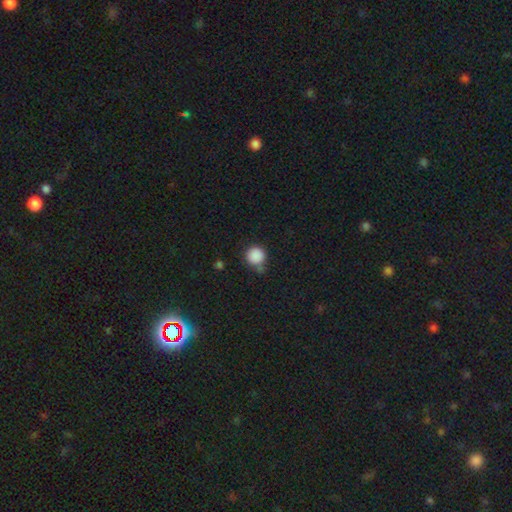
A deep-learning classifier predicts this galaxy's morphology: type=smooth (87%); roundness=round (93%); merging=none (70%).